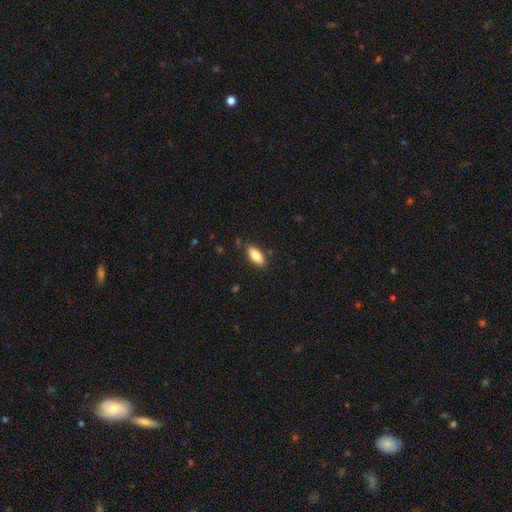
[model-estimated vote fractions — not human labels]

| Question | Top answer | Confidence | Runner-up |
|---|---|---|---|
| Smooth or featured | smooth | 81% | featured or disk (13%) |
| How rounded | in between | 85% | cigar-shaped (12%) |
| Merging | none | 86% | minor disturbance (10%) |